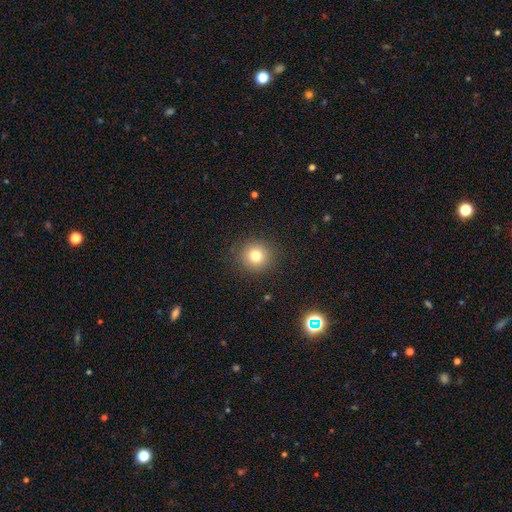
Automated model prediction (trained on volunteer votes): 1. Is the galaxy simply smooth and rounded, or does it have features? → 79% smooth, 13% star or artifact, 9% featured or disk.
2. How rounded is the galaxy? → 93% round, 6% in between, 1% cigar-shaped.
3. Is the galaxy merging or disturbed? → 90% none, 6% minor disturbance, 3% major disturbance, 1% merger.